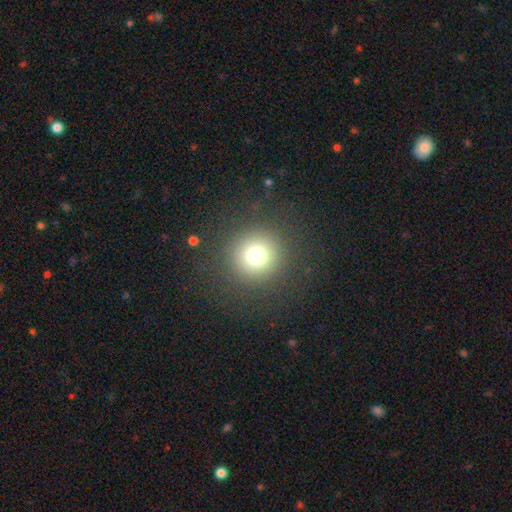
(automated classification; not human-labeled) Smooth or featured? smooth (74%)
How rounded? round (95%)
Merging? none (89%)